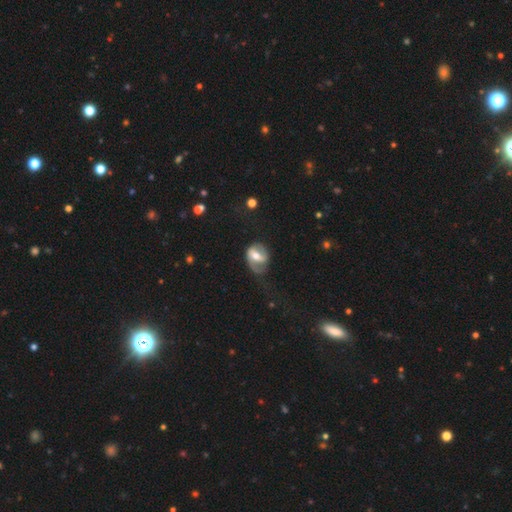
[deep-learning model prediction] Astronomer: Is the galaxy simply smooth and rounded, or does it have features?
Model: featured or disk — 66%.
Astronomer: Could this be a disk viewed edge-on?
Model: no — 96%.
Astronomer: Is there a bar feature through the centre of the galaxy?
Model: strong — 42% (runner-up: weak, 40%).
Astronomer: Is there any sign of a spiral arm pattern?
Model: yes — 77%.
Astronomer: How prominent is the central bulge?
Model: moderate — 69%.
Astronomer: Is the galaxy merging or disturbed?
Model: none — 43% (runner-up: major disturbance, 30%).